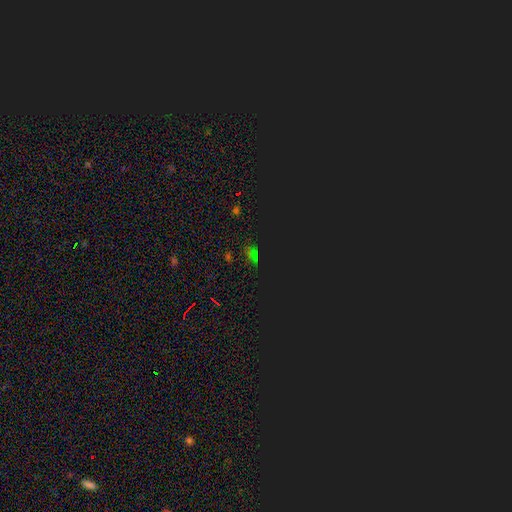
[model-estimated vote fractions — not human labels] Overall: star or artifact (79%).